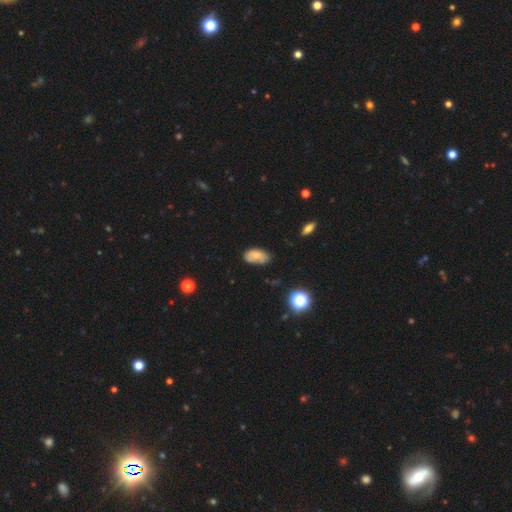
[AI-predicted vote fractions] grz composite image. It shows a smooth galaxy with no disk features (70%) that is in between round and cigar-shaped (92%). Merging: none (59%).